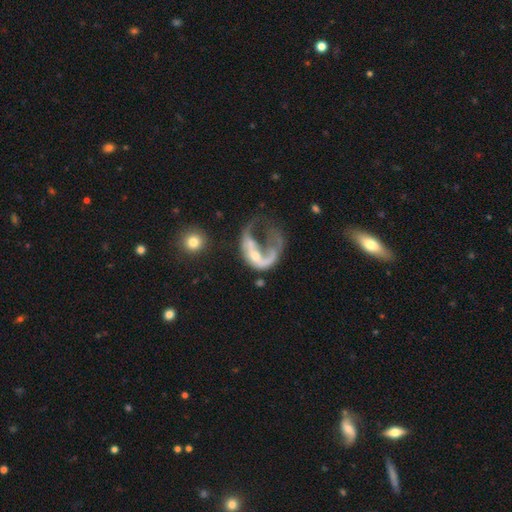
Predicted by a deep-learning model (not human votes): The model was most divided on "spiral arms": yes: 58%, no: 42%. Remaining: edge-on disk — no (97%); smooth or featured — featured or disk (71%); bar — no (64%); merging — major disturbance (63%); bulge size — small (48%).